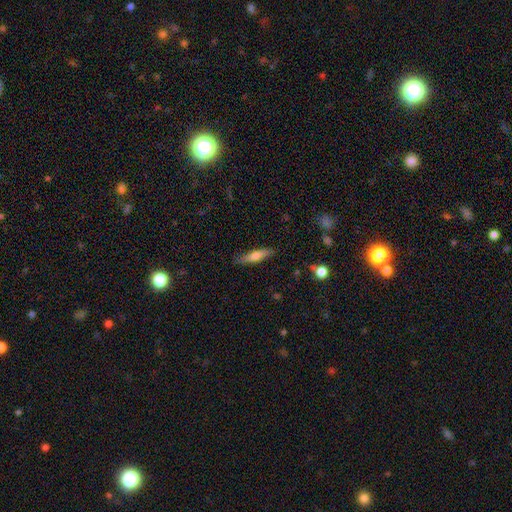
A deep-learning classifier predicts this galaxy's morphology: Q: Smooth or featured?
A: smooth (60%); runner-up: featured or disk (34%)
Q: How rounded?
A: cigar-shaped (80%); runner-up: in between (18%)
Q: Merging?
A: none (86%); runner-up: minor disturbance (11%)